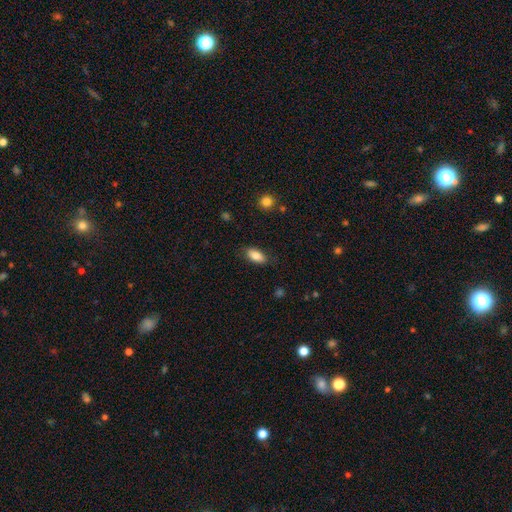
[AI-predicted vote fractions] A smooth galaxy with no disk features (83%) that is in between round and cigar-shaped (88%). Merging: none (84%).